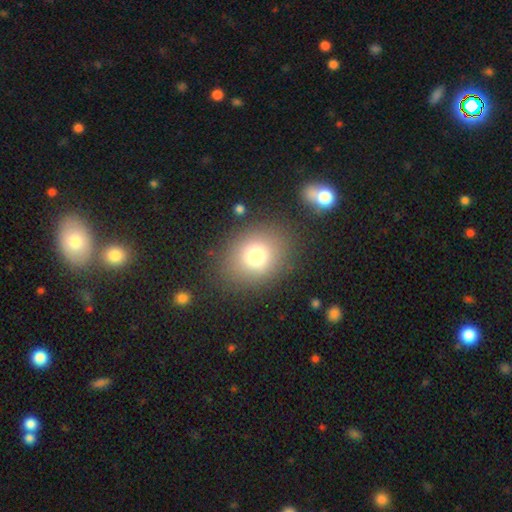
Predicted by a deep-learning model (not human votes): A smooth galaxy with no disk features (75%) that is round (61%). Merging: none (83%).